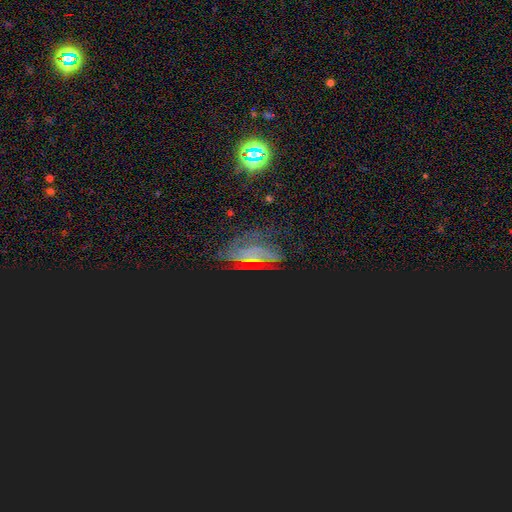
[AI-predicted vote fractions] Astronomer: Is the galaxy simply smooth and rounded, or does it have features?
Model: star or artifact — 52% (runner-up: featured or disk, 29%).